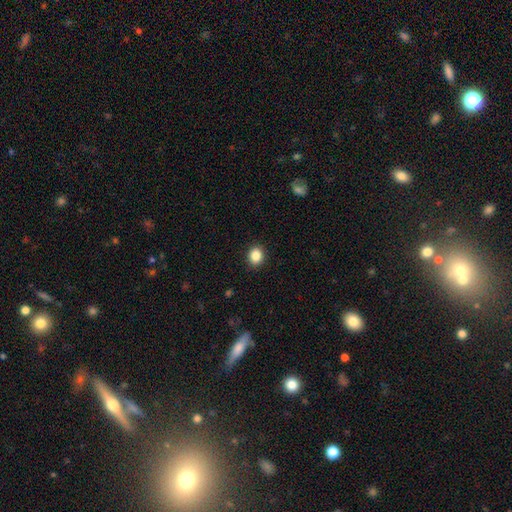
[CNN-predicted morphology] Smooth or featured: smooth — 86% (star or artifact — 10%)
How rounded: round — 63% (in between — 36%)
Merging: none — 91% (minor disturbance — 7%)